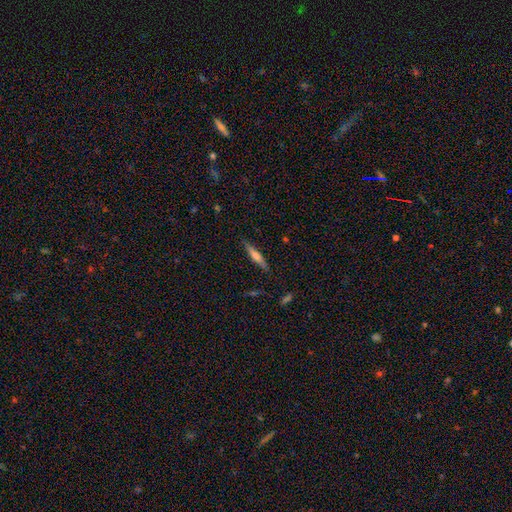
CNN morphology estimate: The model was most divided on "smooth or featured": smooth: 48%, featured or disk: 46%, star or artifact: 7%. More confident: merging — none (86%).